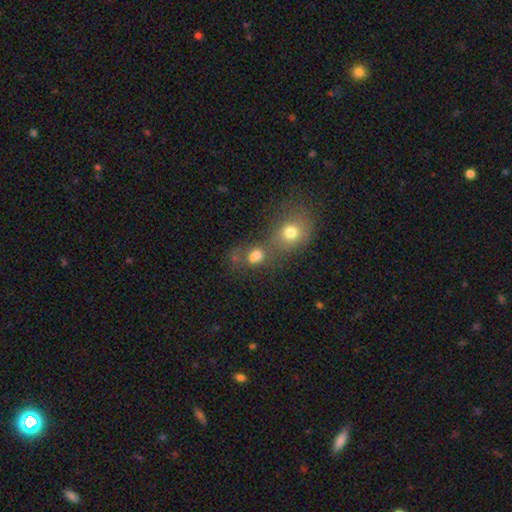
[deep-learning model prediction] Smooth or featured? smooth (72%)
How rounded? round (59%)
Merging? merger (54%)